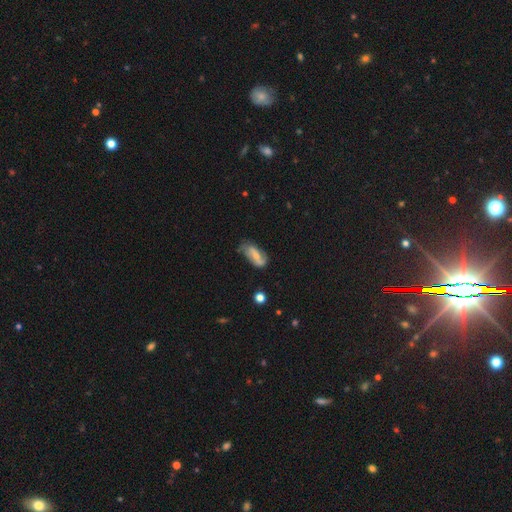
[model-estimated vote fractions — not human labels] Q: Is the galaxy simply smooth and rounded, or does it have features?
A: featured or disk — 55%.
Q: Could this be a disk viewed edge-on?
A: no — 90%.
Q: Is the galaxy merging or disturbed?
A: none — 52%.